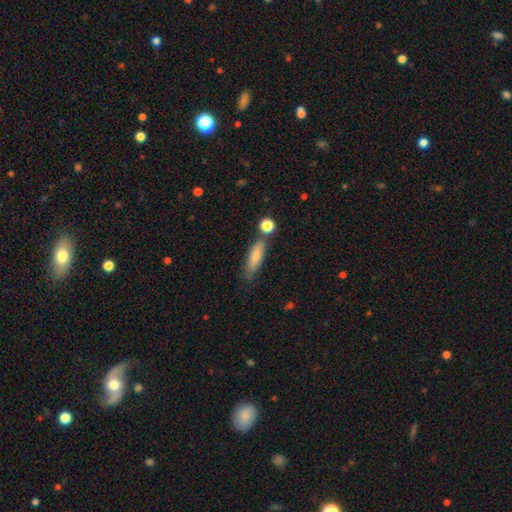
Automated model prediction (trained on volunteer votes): smooth_or_featured: smooth (p=0.77) [alt: featured or disk p=0.16]
how_rounded: cigar-shaped (p=0.49) [alt: in between p=0.48]
merging: none (p=0.64) [alt: minor disturbance p=0.18]